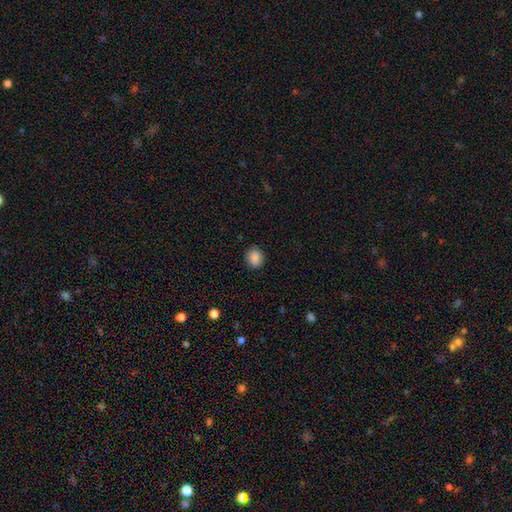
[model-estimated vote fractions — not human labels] This is clearly a smooth galaxy (87%). How rounded: likely round (66%). Merging: clearly none (87%).